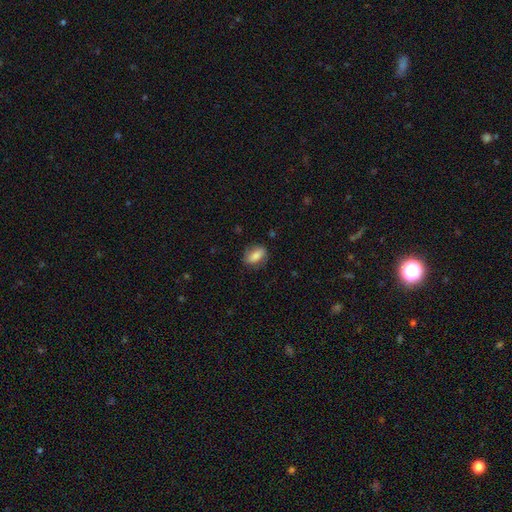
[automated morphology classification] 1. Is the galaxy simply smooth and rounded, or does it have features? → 79% smooth, 13% featured or disk, 7% star or artifact.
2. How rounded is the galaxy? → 84% in between, 8% round, 7% cigar-shaped.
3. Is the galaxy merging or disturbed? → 76% none, 18% minor disturbance, 5% major disturbance, 1% merger.